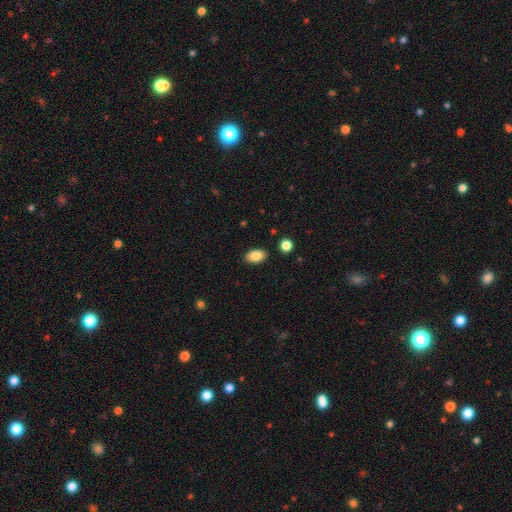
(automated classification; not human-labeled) A smooth galaxy with no disk features (86%) that is in between round and cigar-shaped (92%). Merging: none (87%).